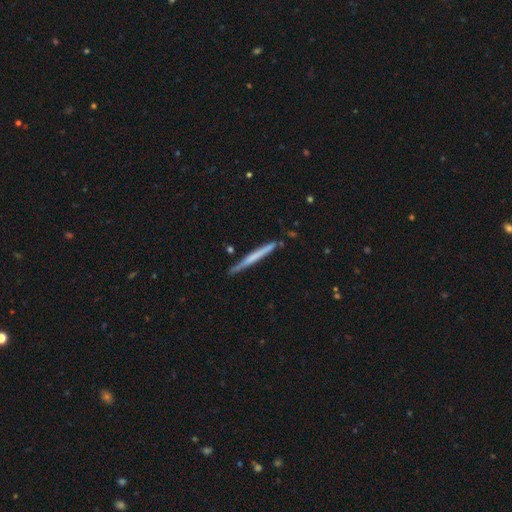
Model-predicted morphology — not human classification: Smooth or featured? Predicted: smooth (p=0.48). Merging? Predicted: none (p=0.86).